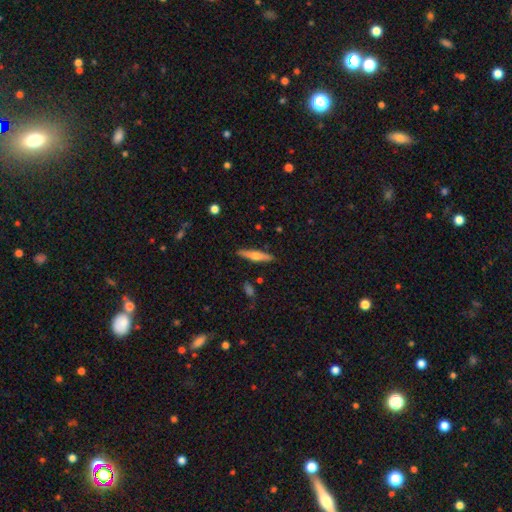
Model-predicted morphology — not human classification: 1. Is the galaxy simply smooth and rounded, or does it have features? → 50% featured or disk, 44% smooth, 6% star or artifact.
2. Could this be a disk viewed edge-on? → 93% yes, 7% no.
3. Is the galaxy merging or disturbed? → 89% none, 8% minor disturbance, 2% major disturbance, 2% merger.